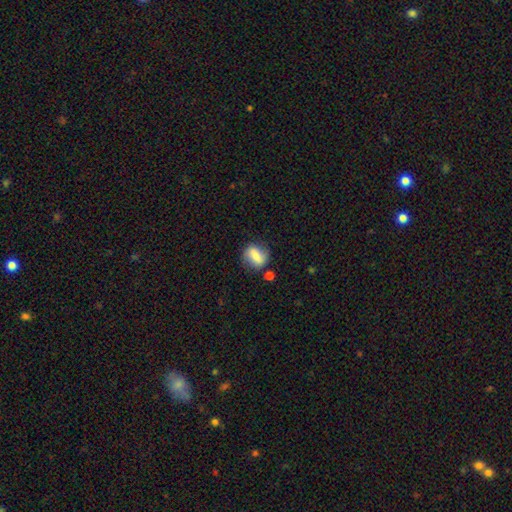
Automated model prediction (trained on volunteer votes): Morphology: type=smooth (66%); roundness=in between (56%); merging=none (69%).